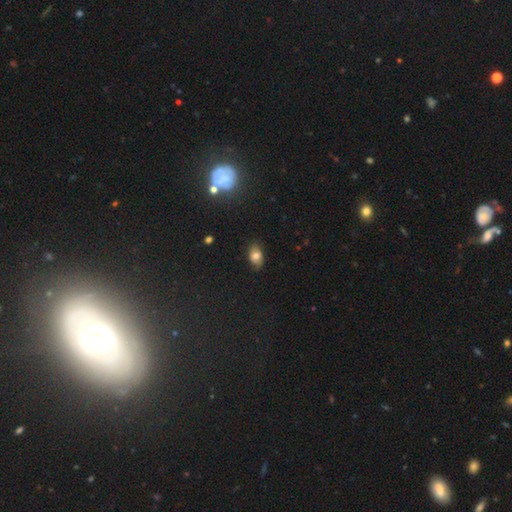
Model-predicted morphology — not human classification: A smooth galaxy with no disk features (67%) that is in between round and cigar-shaped (88%). Merging: none (77%).